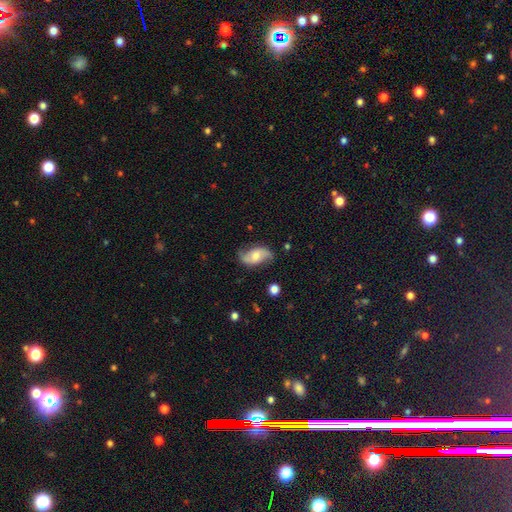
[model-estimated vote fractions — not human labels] The model was most divided on "bar": no: 54%, weak: 36%, strong: 11%. More confident: edge-on disk — no (95%); spiral arms — yes (90%); spiral arm count — 2 (89%); merging — none (71%); smooth or featured — featured or disk (65%); spiral winding — loose (60%); bulge size — moderate (53%).